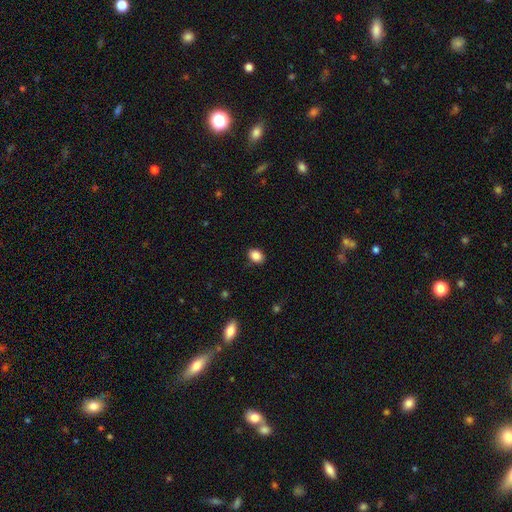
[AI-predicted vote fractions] Smooth or featured? smooth (87%)
How rounded? in between (67%)
Merging? none (87%)